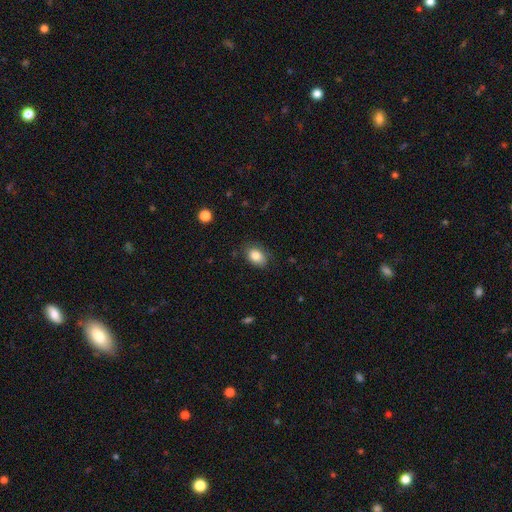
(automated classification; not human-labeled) A smooth galaxy with no disk features (84%) that is in between round and cigar-shaped (78%). Merging: none (78%).